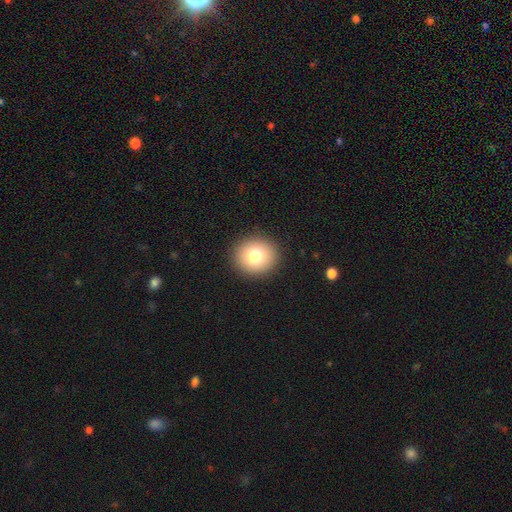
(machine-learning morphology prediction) Smooth or featured?
  - smooth: 77% *
  - featured or disk: 12%
  - star or artifact: 11%
How rounded?
  - round: 83% *
  - in between: 16%
  - cigar-shaped: 1%
Merging?
  - none: 90% *
  - minor disturbance: 6%
  - major disturbance: 2%
  - merger: 1%